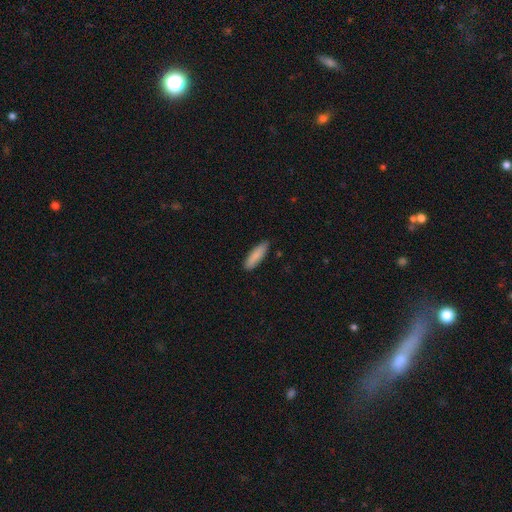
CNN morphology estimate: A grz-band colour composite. It shows a smooth galaxy with no disk features (86%) that is cigar-shaped (64%). Merging: none (85%).